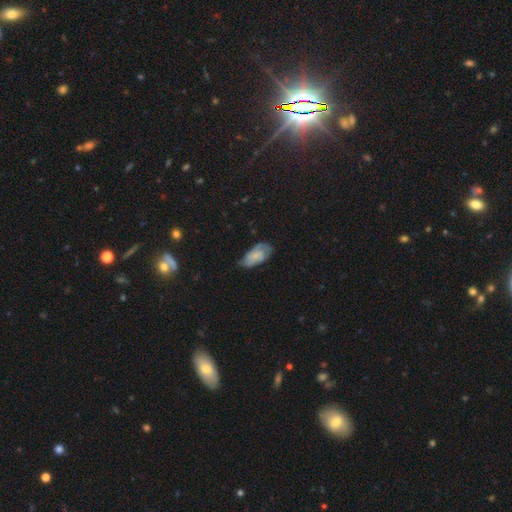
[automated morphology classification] featured or disk 49%, smooth 43%, star or artifact 8%. Down the decision tree: merging — none (56%).